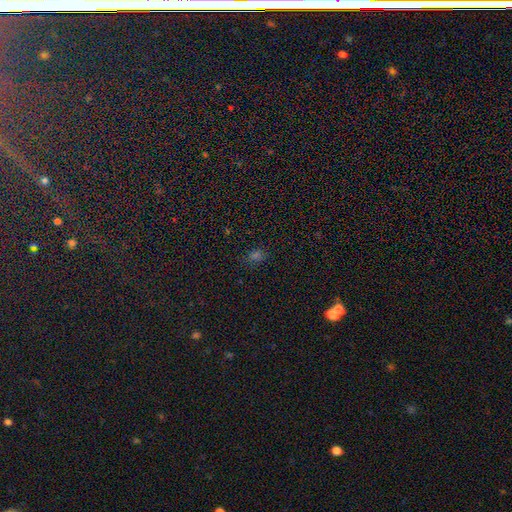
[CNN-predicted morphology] Smooth or featured?
  - smooth: 57% *
  - star or artifact: 36%
  - featured or disk: 7%
How rounded?
  - in between: 62% *
  - round: 36%
  - cigar-shaped: 2%
Merging?
  - none: 78% *
  - minor disturbance: 14%
  - major disturbance: 4%
  - merger: 3%